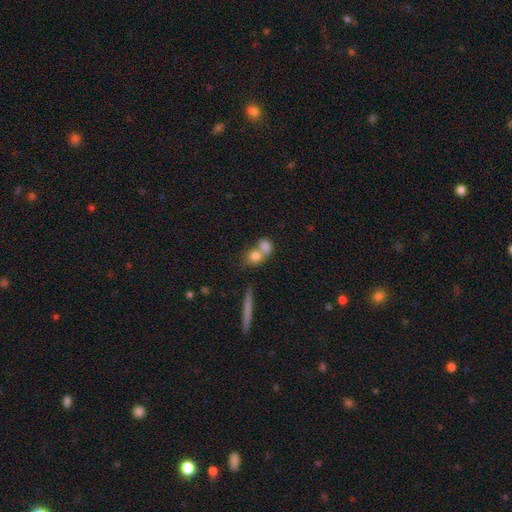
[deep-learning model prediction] smooth_or_featured: smooth (p=0.77) [alt: featured or disk p=0.13]
how_rounded: round (p=0.68) [alt: in between p=0.27]
merging: merger (p=0.50) [alt: none p=0.38]